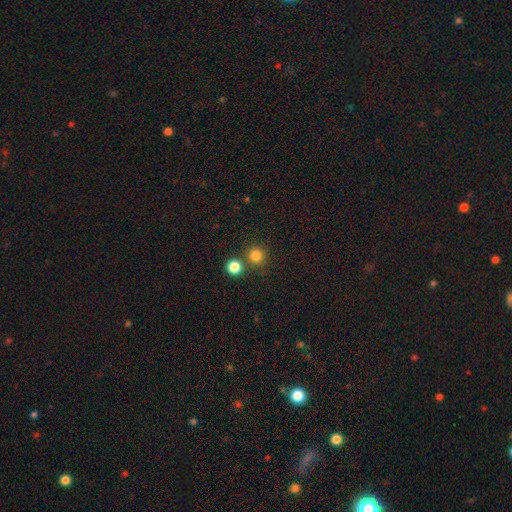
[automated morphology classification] Smooth or featured: smooth — 81% (star or artifact — 14%)
How rounded: round — 94% (in between — 5%)
Merging: none — 77% (merger — 14%)